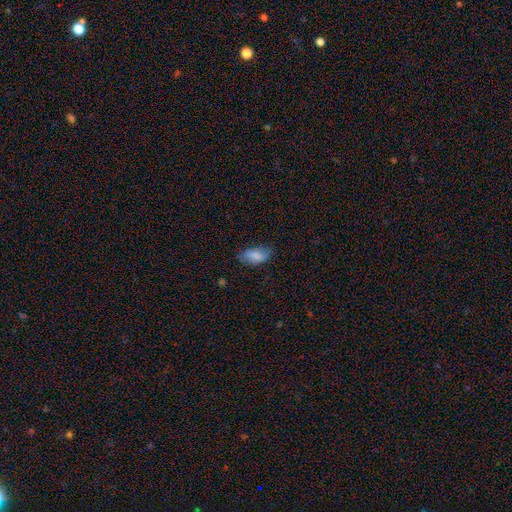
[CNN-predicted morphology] A smooth galaxy with no disk features (76%) that is in between round and cigar-shaped (91%).

Vote fractions:
- Smooth or featured? smooth: 76% / featured or disk: 16% / star or artifact: 8%
- How rounded? in between: 91% / cigar-shaped: 5% / round: 4%
- Merging? none: 64% / minor disturbance: 27% / major disturbance: 8% / merger: 2%